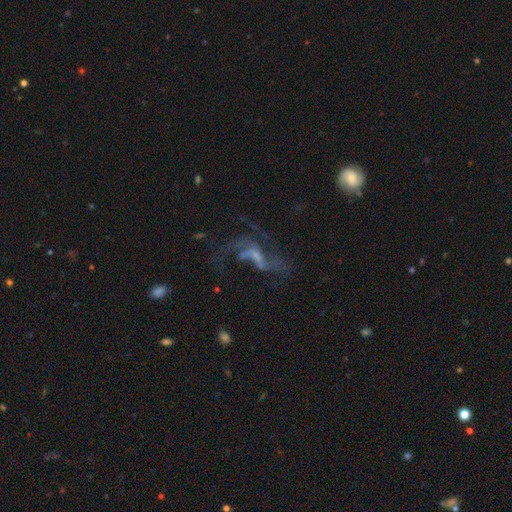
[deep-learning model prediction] Q: Smooth or featured?
A: featured or disk (68%); runner-up: star or artifact (18%)
Q: Edge-on disk?
A: no (93%); runner-up: yes (7%)
Q: Bar?
A: weak (41%); runner-up: no (40%)
Q: Spiral arms?
A: yes (76%); runner-up: no (24%)
Q: Bulge size?
A: small (38%); runner-up: none (33%)
Q: Merging?
A: none (41%); runner-up: major disturbance (37%)